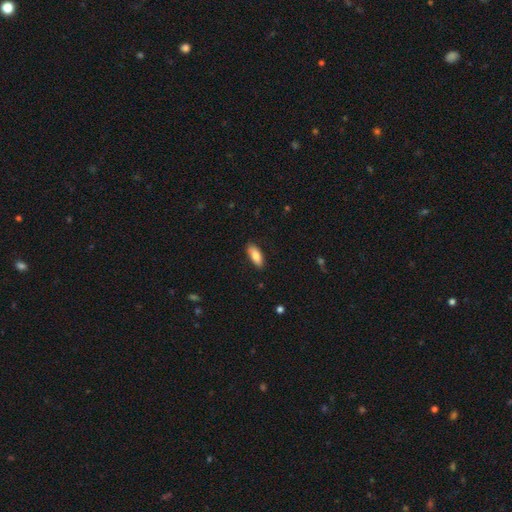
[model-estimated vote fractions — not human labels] Morphology: type=smooth (83%); roundness=in between (79%); merging=none (87%).